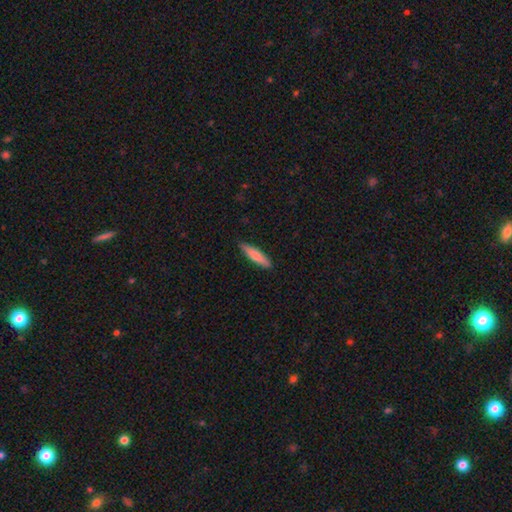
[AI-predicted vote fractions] Overall: smooth (75%). How rounded: cigar-shaped (81%). Merging: none (89%).